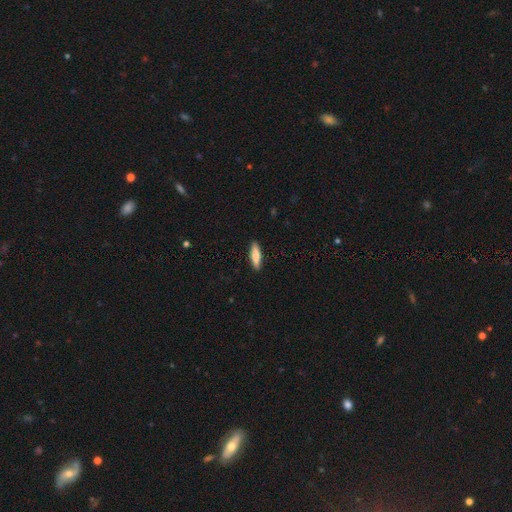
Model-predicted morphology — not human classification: Smooth or featured: smooth — 72% (featured or disk — 22%)
How rounded: cigar-shaped — 69% (in between — 30%)
Merging: none — 91% (minor disturbance — 6%)